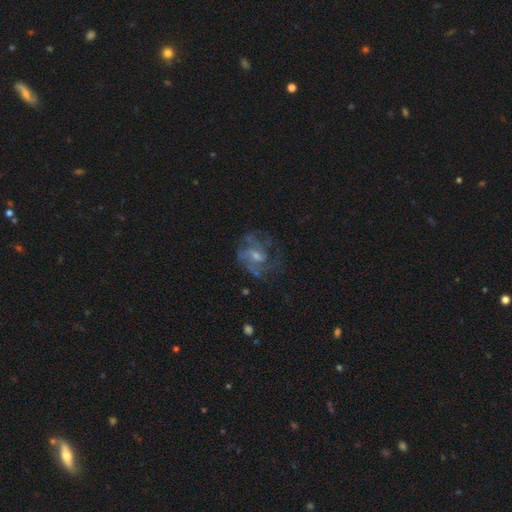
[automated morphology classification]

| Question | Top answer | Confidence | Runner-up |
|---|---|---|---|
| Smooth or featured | featured or disk | 77% | smooth (12%) |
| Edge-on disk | no | 97% | yes (3%) |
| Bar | weak | 48% | no (43%) |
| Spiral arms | yes | 89% | no (11%) |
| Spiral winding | medium | 49% | tight (33%) |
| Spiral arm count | can't tell | 28% | 3 (26%) |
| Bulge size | small | 45% | moderate (42%) |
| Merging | none | 64% | minor disturbance (17%) |